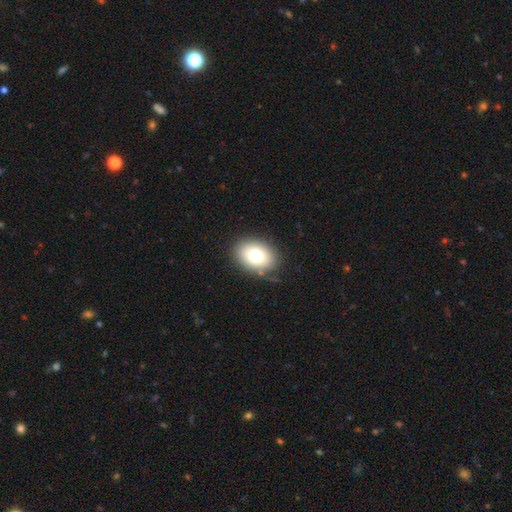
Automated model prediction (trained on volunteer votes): Smooth or featured: smooth — 77% (featured or disk — 14%)
How rounded: in between — 72% (round — 27%)
Merging: none — 83% (minor disturbance — 12%)